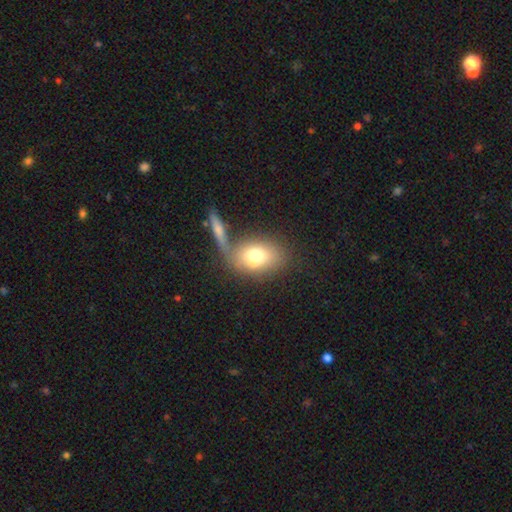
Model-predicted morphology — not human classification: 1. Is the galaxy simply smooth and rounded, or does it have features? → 70% smooth, 21% featured or disk, 9% star or artifact.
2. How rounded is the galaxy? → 69% in between, 28% round, 3% cigar-shaped.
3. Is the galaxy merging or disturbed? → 44% none, 35% merger, 13% minor disturbance, 8% major disturbance.